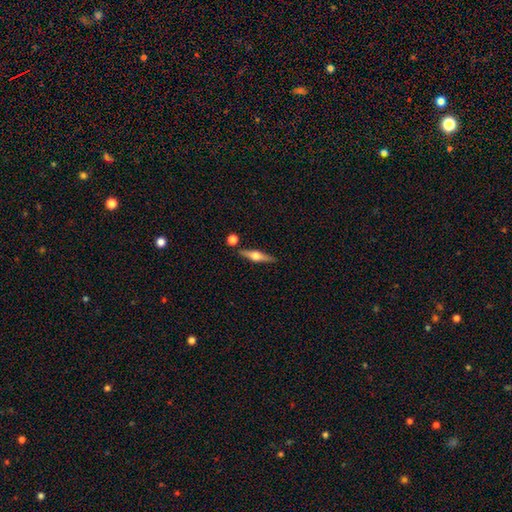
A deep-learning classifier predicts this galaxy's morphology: smooth_or_featured: featured or disk (p=0.67) [alt: smooth p=0.27]
disk_edge_on: yes (p=0.96) [alt: no p=0.04]
edge_on_bulge: rounded (p=0.95) [alt: boxy p=0.03]
merging: none (p=0.83) [alt: minor disturbance p=0.08]